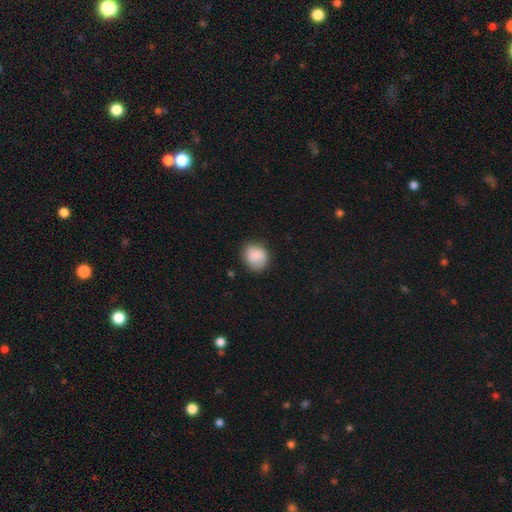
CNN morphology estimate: smooth 83%, featured or disk 9%, star or artifact 7%. Down the decision tree: how rounded — round (73%); merging — none (75%).